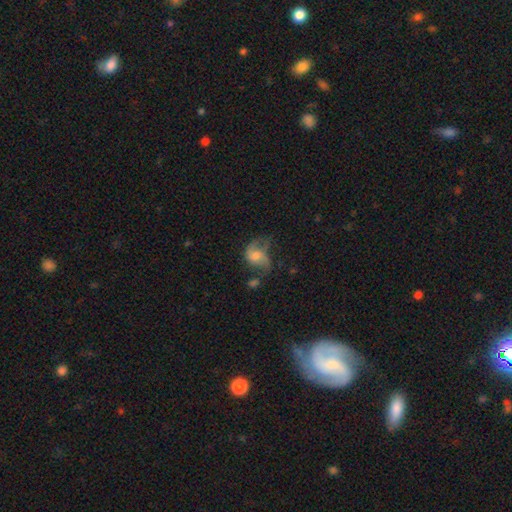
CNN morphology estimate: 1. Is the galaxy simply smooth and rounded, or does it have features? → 55% featured or disk, 36% smooth, 9% star or artifact.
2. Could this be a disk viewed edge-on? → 97% no, 3% yes.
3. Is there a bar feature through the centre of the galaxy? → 64% no, 30% weak, 6% strong.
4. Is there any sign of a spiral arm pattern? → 76% yes, 24% no.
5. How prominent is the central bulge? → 48% moderate, 25% small, 14% large, 11% none, 2% dominant.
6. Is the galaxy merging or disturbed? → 33% major disturbance (tied), 33% none (tied), 25% minor disturbance, 8% merger.